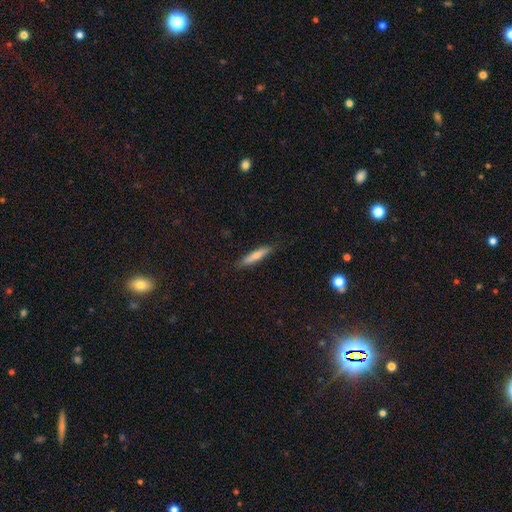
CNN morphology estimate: Smooth or featured? smooth (71%)
How rounded? cigar-shaped (87%)
Merging? none (86%)